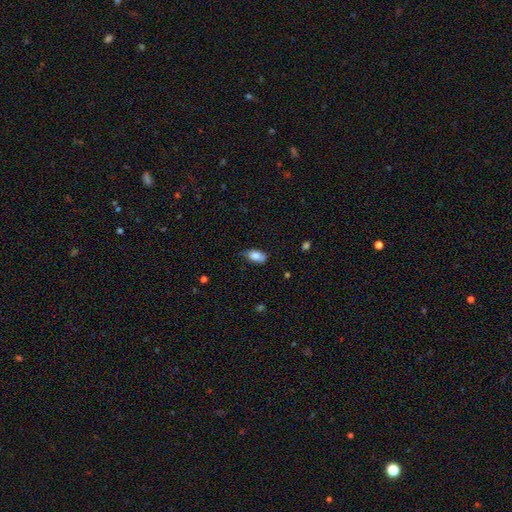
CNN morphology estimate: smooth 83%, featured or disk 10%, star or artifact 7%. Down the decision tree: how rounded — in between (91%); merging — none (68%).